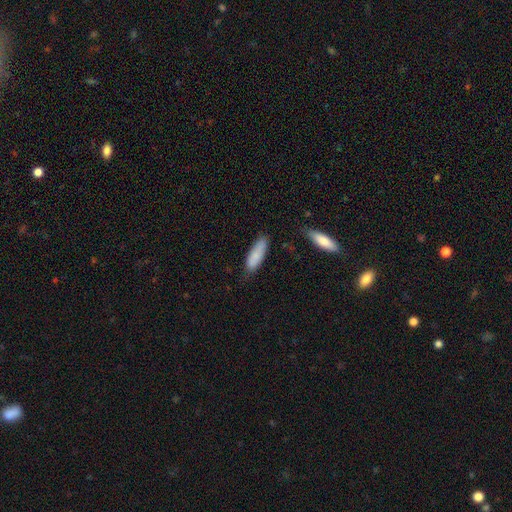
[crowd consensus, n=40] smooth_or_featured: smooth (p=0.80) [alt: featured or disk p=0.15]
how_rounded: cigar-shaped (p=0.53) [alt: in between p=0.41]
merging: none (p=0.61) [alt: minor disturbance p=0.26]